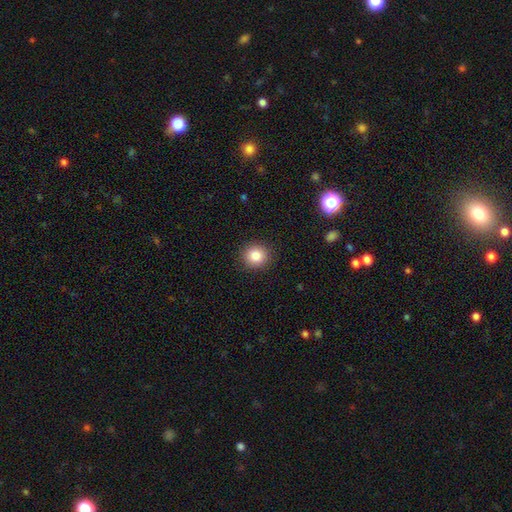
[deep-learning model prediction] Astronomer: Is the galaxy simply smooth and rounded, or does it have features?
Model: smooth — 83%.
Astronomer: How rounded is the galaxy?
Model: round — 90%.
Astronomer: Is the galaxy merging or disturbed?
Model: none — 90%.